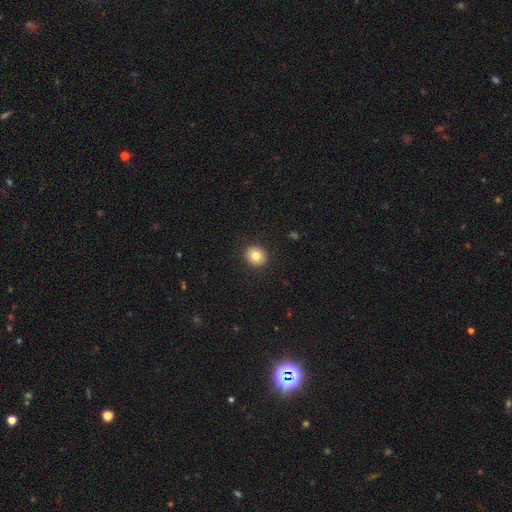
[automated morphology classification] smooth-or-featured: smooth: 82% | star or artifact: 9% | featured or disk: 9%
  how-rounded: round: 83% | in between: 16% | cigar-shaped: 1%
  merging: none: 92% | minor disturbance: 6% | major disturbance: 2% | merger: 1%